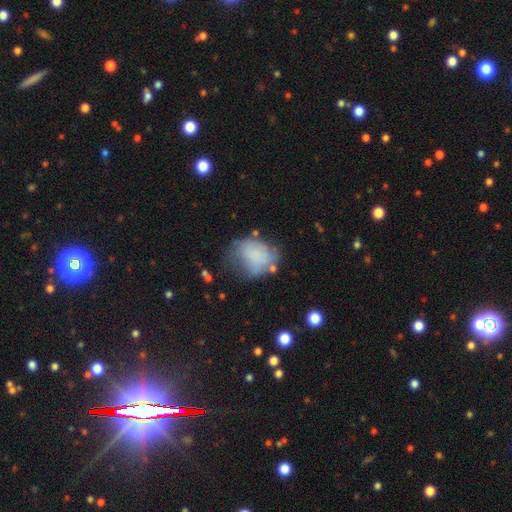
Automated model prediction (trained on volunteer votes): smooth 66%, featured or disk 24%, star or artifact 10%. Down the decision tree: how rounded — in between (57%); merging — none (37%).